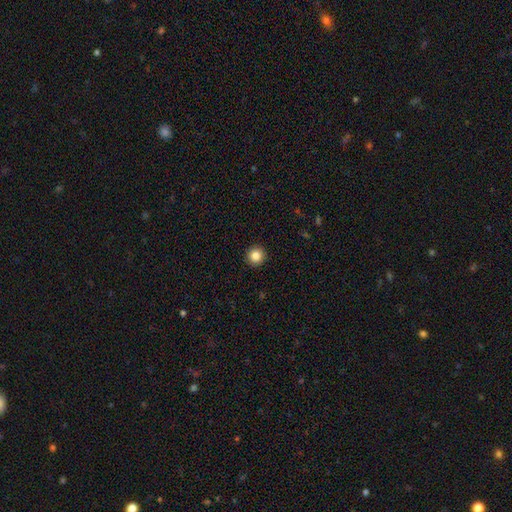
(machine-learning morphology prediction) The model was most divided on "smooth or featured": smooth: 84%, star or artifact: 11%, featured or disk: 6%. More confident: how rounded — round (95%); merging — none (93%).